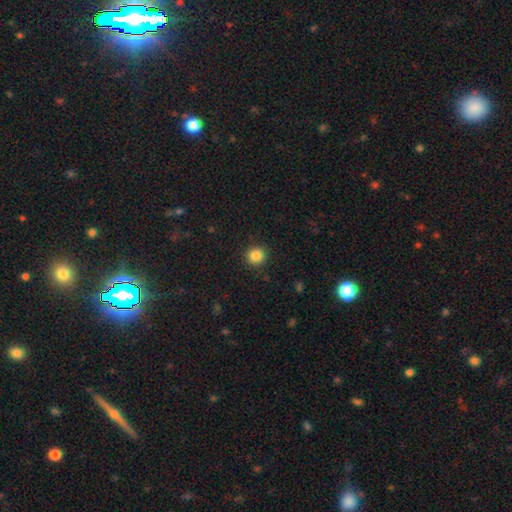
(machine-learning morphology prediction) A smooth galaxy with no disk features (85%) that is round (93%). Merging: none (91%).